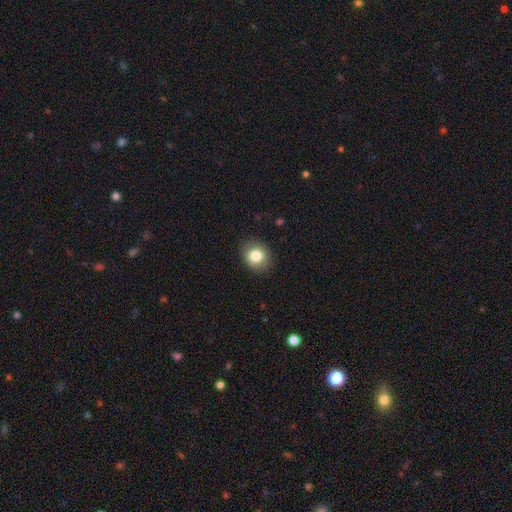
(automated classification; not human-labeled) This appears to be a smooth galaxy with no disk features (82%) that is round (72%). Merging: none (86%).